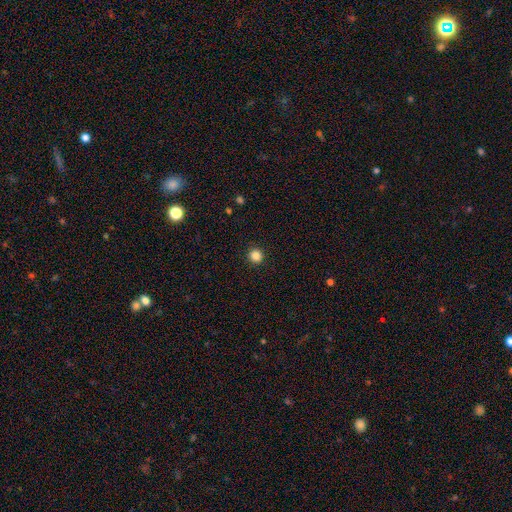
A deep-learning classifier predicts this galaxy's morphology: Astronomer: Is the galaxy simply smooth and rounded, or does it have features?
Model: smooth — 85%.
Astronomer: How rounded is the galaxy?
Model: round — 95%.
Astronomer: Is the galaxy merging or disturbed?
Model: none — 93%.